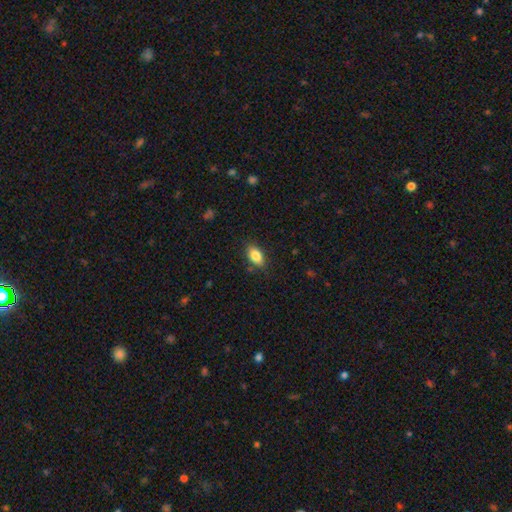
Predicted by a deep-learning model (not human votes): This is clearly a smooth galaxy (85%). How rounded: clearly in between (89%). Merging: clearly none (84%).